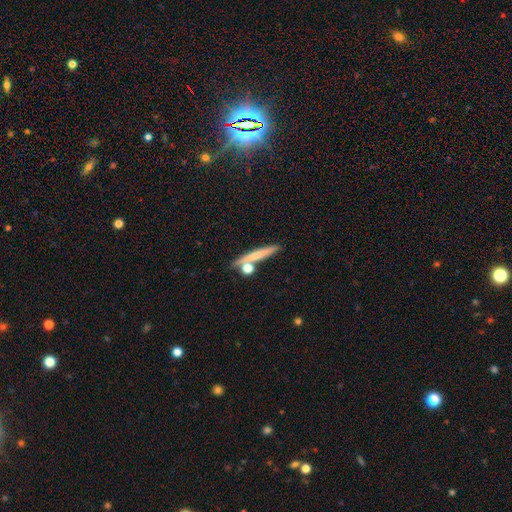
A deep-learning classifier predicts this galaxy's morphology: A smooth galaxy with no disk features (63%) that is cigar-shaped (82%). Merging: none (72%).